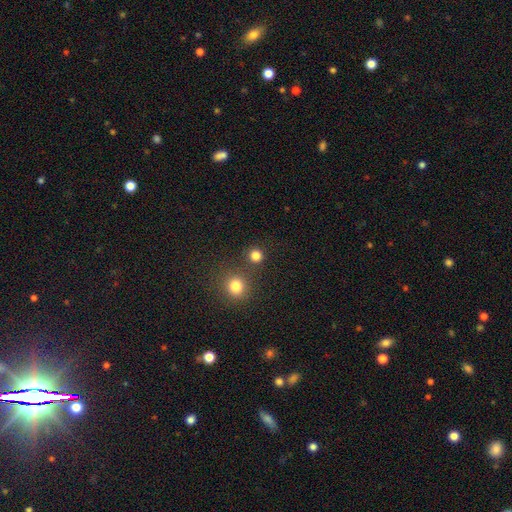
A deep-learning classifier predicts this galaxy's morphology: smooth_or_featured: smooth (p=0.81) [alt: star or artifact p=0.15]
how_rounded: round (p=0.93) [alt: in between p=0.07]
merging: none (p=0.81) [alt: merger p=0.11]